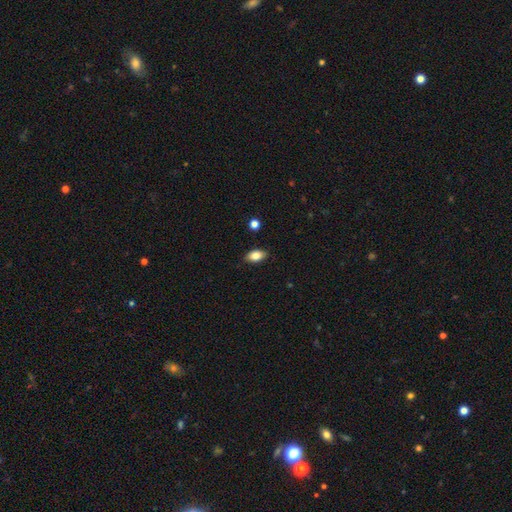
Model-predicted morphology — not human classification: smooth 83%, featured or disk 9%, star or artifact 8%. Down the decision tree: how rounded — in between (89%); merging — none (85%).